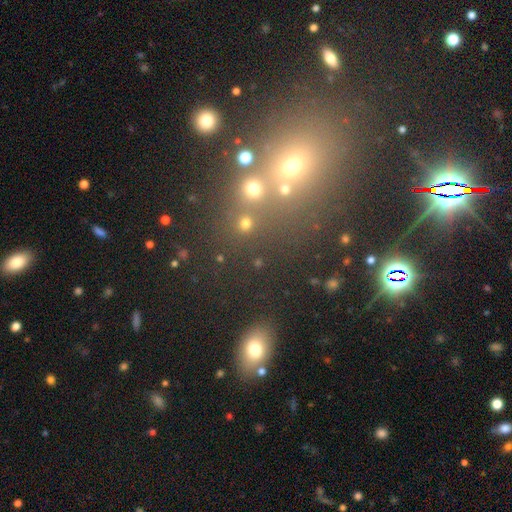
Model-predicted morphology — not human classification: Smooth or featured? Predicted: smooth (p=0.44). Merging? Predicted: none (p=0.68).